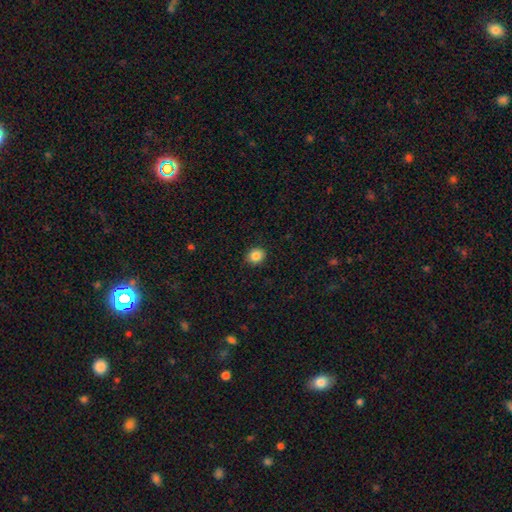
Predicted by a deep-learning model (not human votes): Smooth or featured? smooth (86%)
How rounded? round (76%)
Merging? none (90%)